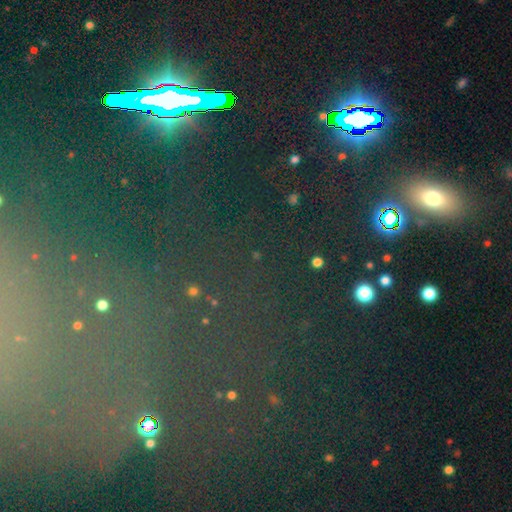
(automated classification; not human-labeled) smooth-or-featured: star or artifact: 73% | smooth: 18% | featured or disk: 9%